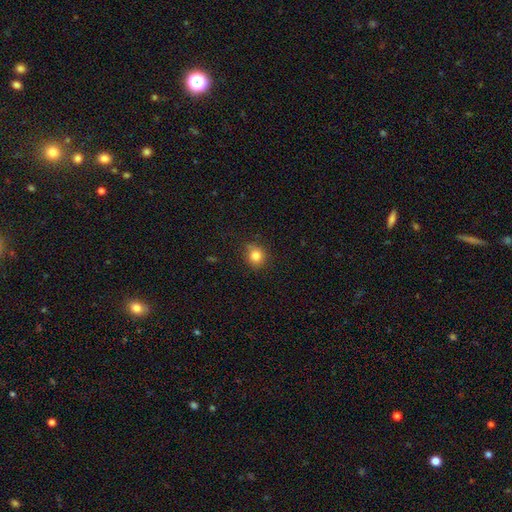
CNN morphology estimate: Overall: smooth (82%). How rounded: round (83%). Merging: none (82%).